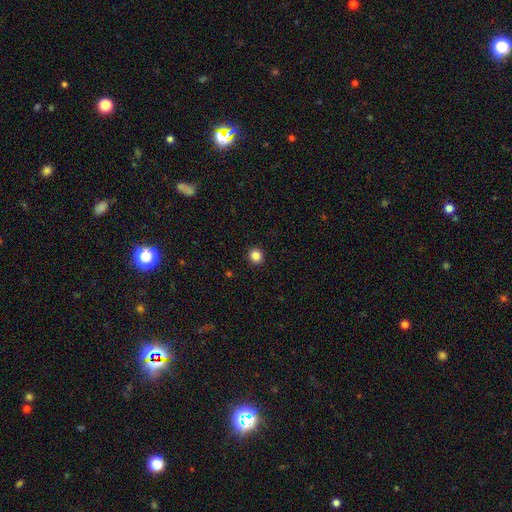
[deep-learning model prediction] Smooth or featured? Predicted: smooth (p=0.85). How rounded? Predicted: round (p=0.91). Merging? Predicted: none (p=0.93).